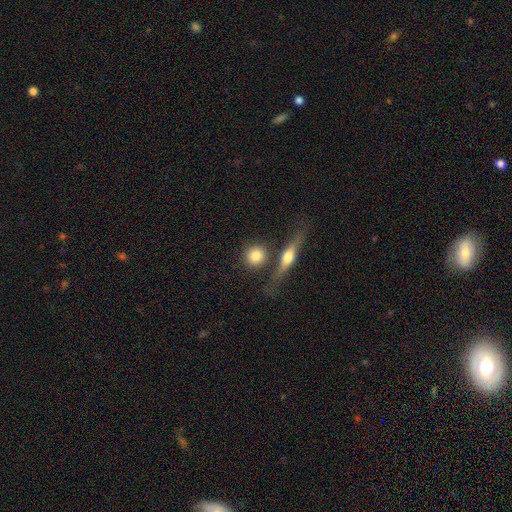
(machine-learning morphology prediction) smooth_or_featured: smooth (p=0.77) [alt: featured or disk p=0.16]
how_rounded: round (p=0.84) [alt: in between p=0.11]
merging: none (p=0.71) [alt: merger p=0.14]